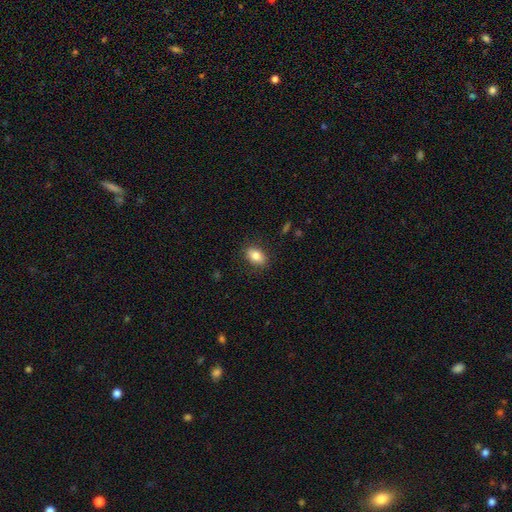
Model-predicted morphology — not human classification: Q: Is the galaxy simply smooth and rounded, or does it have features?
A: smooth — 82%.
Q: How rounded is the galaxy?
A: in between — 83%.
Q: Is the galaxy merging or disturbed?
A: none — 86%.